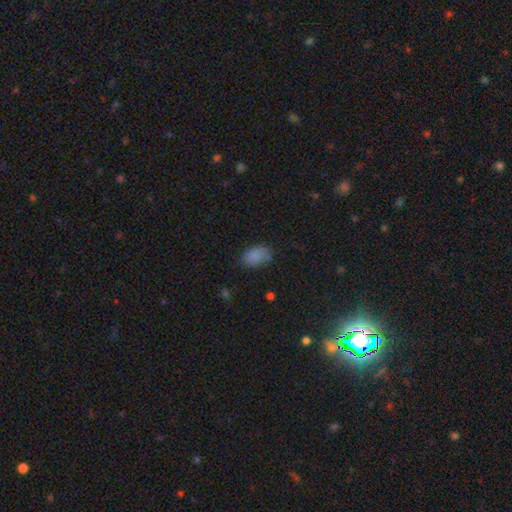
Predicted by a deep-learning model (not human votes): Overall: smooth (85%). How rounded: in between (90%). Merging: none (76%).